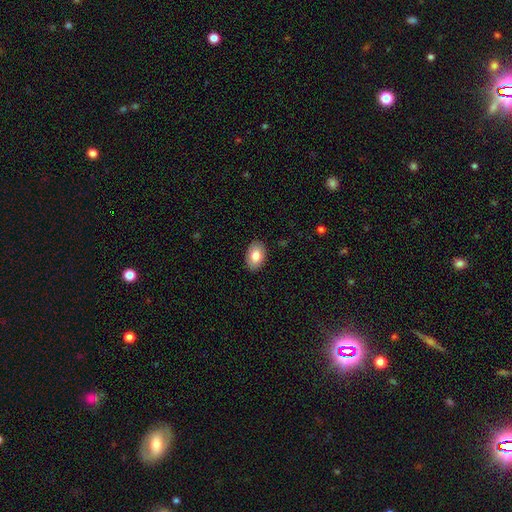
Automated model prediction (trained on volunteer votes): Smooth or featured: smooth — 81% (featured or disk — 12%)
How rounded: in between — 88% (round — 11%)
Merging: none — 89% (minor disturbance — 8%)